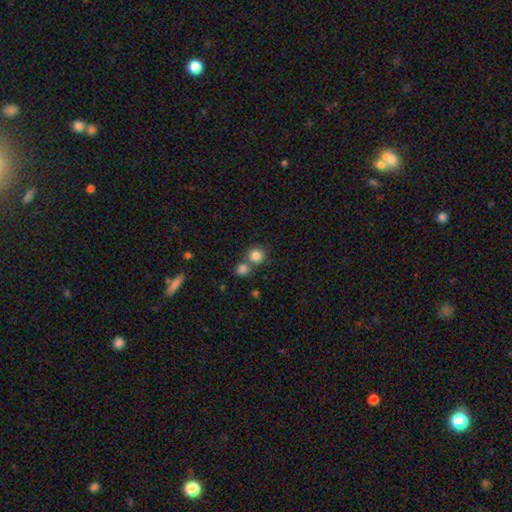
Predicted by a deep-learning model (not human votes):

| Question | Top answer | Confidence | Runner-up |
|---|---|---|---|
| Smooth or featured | smooth | 84% | star or artifact (10%) |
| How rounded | round | 90% | in between (9%) |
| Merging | none | 59% | merger (31%) |